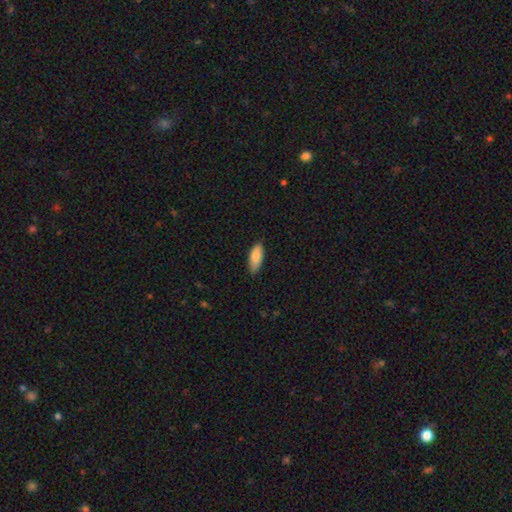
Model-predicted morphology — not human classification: type=smooth (85%); roundness=in between (78%); merging=none (83%).